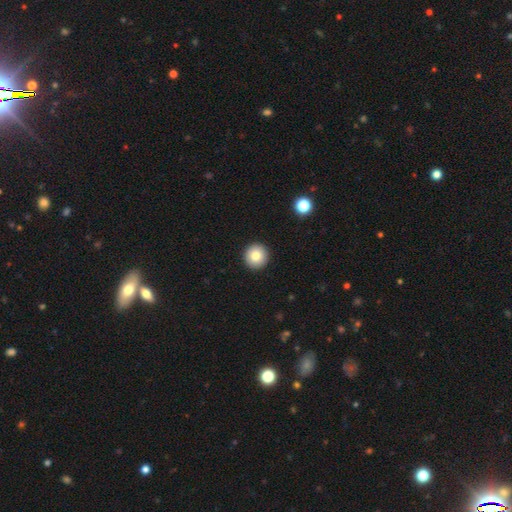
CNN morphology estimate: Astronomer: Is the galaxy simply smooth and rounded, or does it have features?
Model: smooth — 82%.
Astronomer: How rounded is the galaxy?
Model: round — 94%.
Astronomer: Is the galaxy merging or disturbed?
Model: none — 93%.